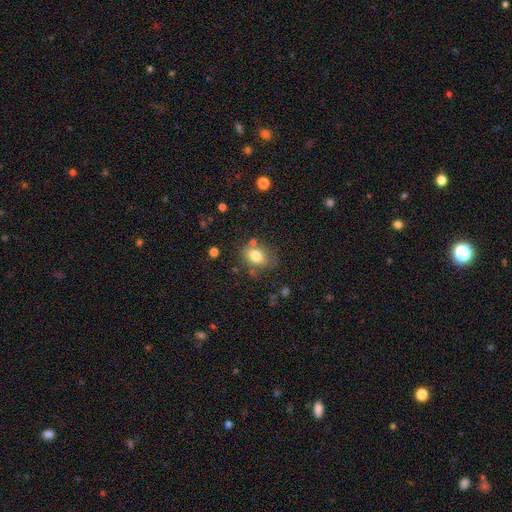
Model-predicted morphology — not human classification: The model was most divided on "how rounded": in between: 68%, round: 31%, cigar-shaped: 1%. More confident: smooth or featured — smooth (79%); merging — none (70%).